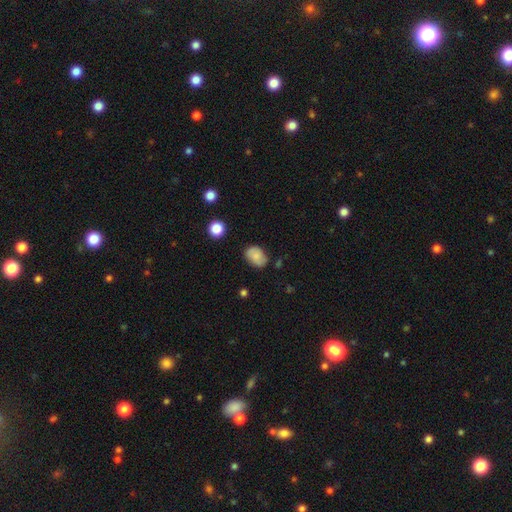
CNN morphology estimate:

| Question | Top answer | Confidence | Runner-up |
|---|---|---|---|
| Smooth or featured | smooth | 79% | featured or disk (13%) |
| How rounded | in between | 80% | round (19%) |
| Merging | none | 72% | minor disturbance (21%) |